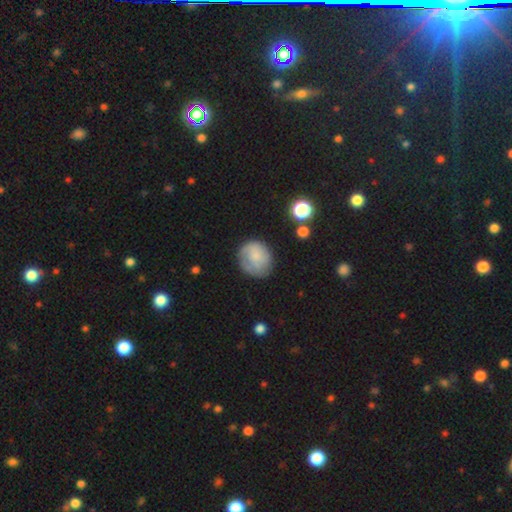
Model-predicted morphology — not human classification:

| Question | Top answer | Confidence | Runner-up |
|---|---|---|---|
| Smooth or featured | smooth | 71% | featured or disk (21%) |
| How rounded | round | 75% | in between (24%) |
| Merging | none | 64% | minor disturbance (23%) |